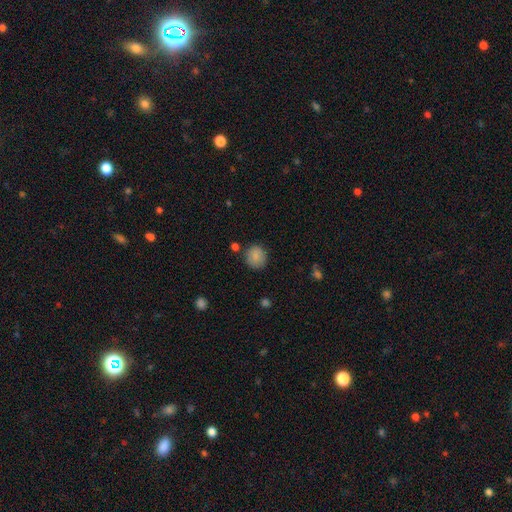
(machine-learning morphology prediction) smooth_or_featured: smooth (p=0.85) [alt: star or artifact p=0.09]
how_rounded: round (p=0.87) [alt: in between p=0.12]
merging: none (p=0.82) [alt: minor disturbance p=0.11]